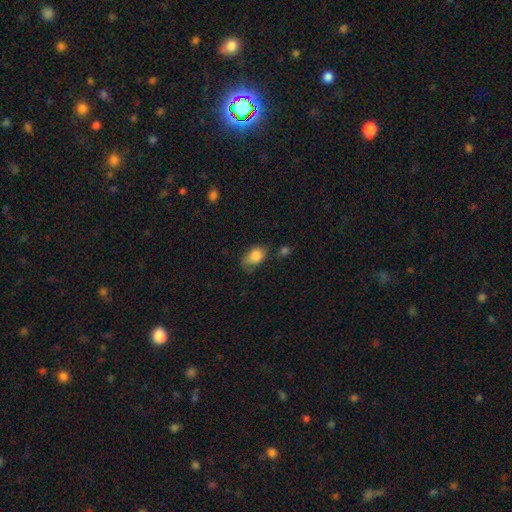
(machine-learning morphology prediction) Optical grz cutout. It shows a smooth galaxy with no disk features (81%) that is in between round and cigar-shaped (80%). Merging: none (48%).